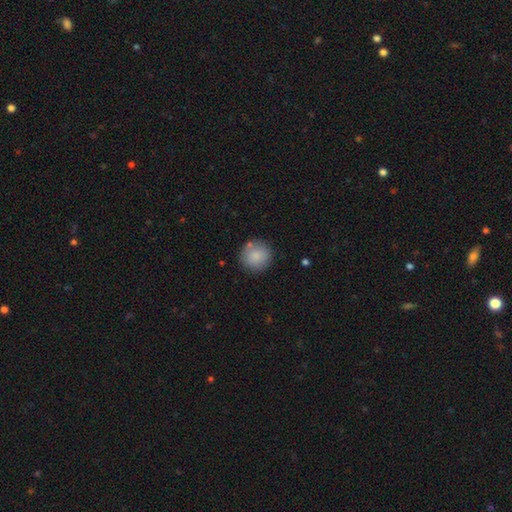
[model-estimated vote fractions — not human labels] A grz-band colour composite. It shows a smooth galaxy with no disk features (86%) that is round (94%). Merging: none (82%).